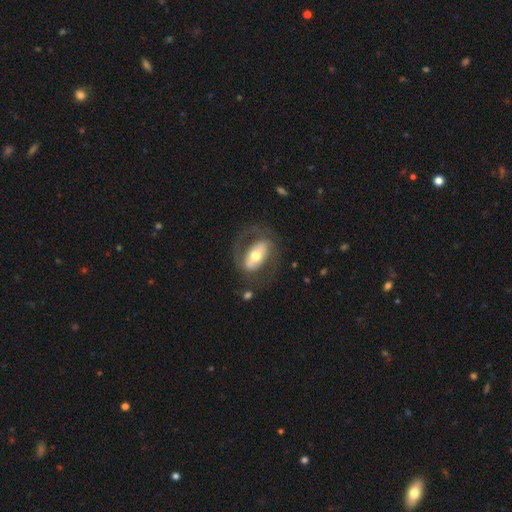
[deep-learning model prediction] Smooth or featured? Predicted: featured or disk (p=0.62). Edge-on disk? Predicted: no (p=0.90). Bar? Predicted: strong (p=0.40). Spiral arms? Predicted: no (p=0.52). Bulge size? Predicted: moderate (p=0.66). Merging? Predicted: none (p=0.63).